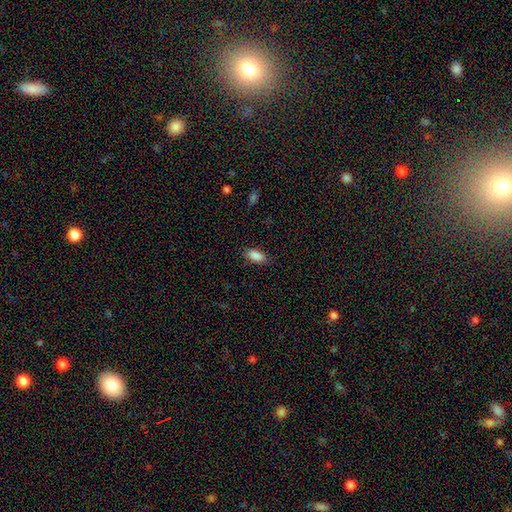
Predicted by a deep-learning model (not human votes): Q: Smooth or featured?
A: smooth (89%); runner-up: star or artifact (7%)
Q: How rounded?
A: in between (88%); runner-up: cigar-shaped (9%)
Q: Merging?
A: none (84%); runner-up: minor disturbance (12%)